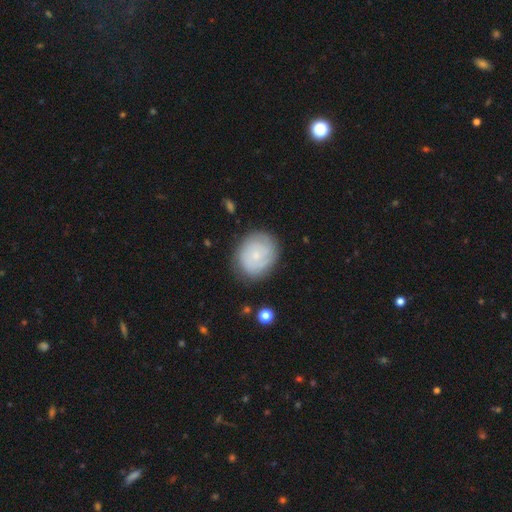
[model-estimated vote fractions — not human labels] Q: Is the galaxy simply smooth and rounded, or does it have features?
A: featured or disk — 51%.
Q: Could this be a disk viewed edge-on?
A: no — 98%.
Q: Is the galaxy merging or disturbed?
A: none — 77%.